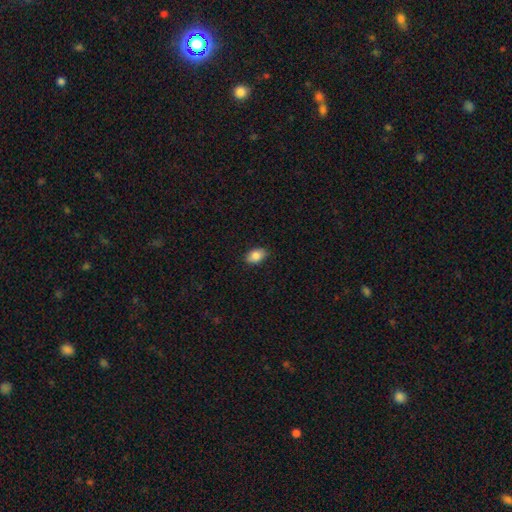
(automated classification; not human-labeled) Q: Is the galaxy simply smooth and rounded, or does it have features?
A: smooth — 86%.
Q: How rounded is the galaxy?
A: in between — 88%.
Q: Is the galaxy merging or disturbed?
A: none — 88%.